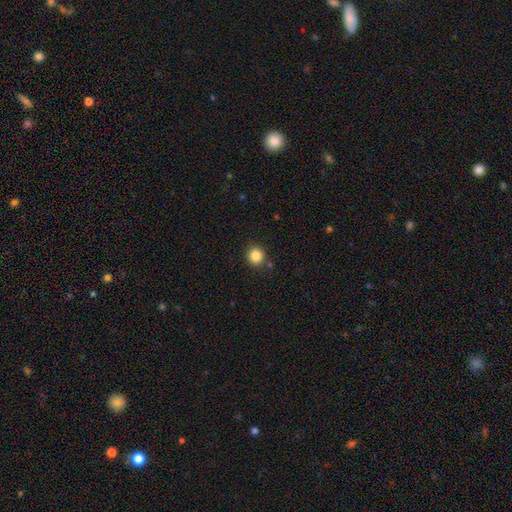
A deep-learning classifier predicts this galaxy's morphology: Smooth or featured: smooth — 85% (star or artifact — 11%)
How rounded: round — 91% (in between — 8%)
Merging: none — 88% (minor disturbance — 7%)